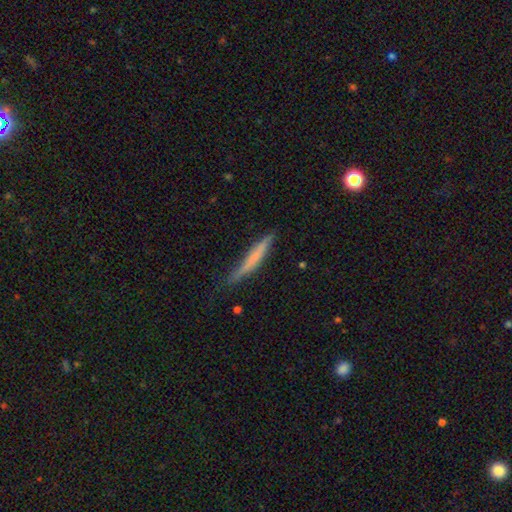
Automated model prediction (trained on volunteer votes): Smooth or featured?
  - smooth: 62% *
  - featured or disk: 32%
  - star or artifact: 6%
How rounded?
  - cigar-shaped: 94% *
  - in between: 4%
  - round: 1%
Merging?
  - none: 68% *
  - minor disturbance: 24%
  - major disturbance: 5%
  - merger: 2%